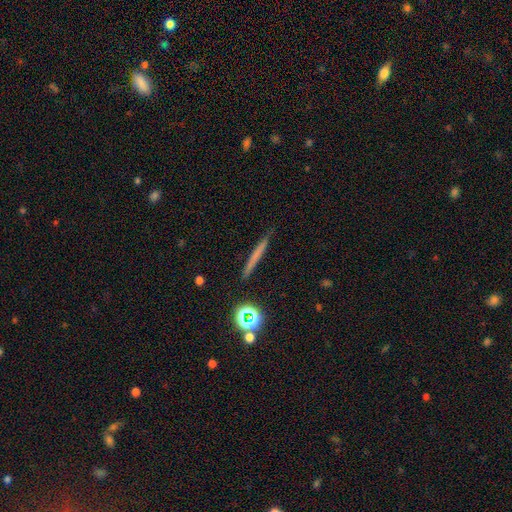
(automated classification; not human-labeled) This appears to be a smooth galaxy with no disk features (55%) that is cigar-shaped (93%). Merging: none (88%).